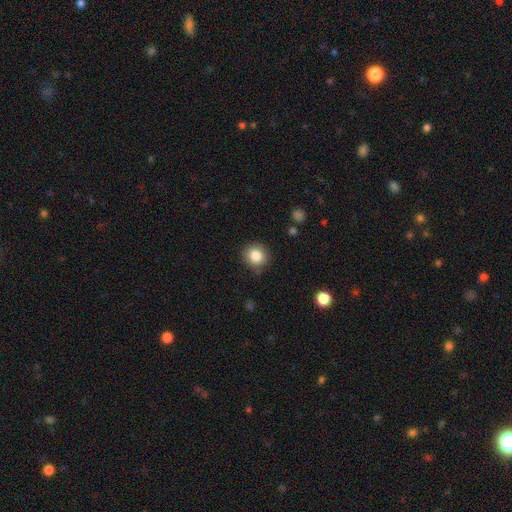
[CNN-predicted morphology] Overall: smooth (84%). How rounded: round (89%). Merging: none (84%).